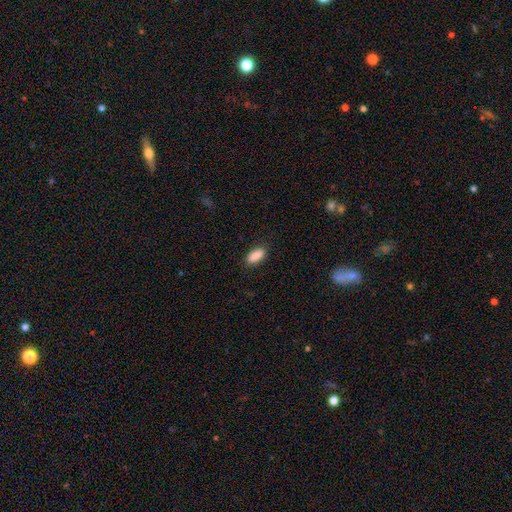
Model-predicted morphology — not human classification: Smooth or featured?
  - smooth: 90% *
  - star or artifact: 7%
  - featured or disk: 3%
How rounded?
  - in between: 83% *
  - cigar-shaped: 14%
  - round: 2%
Merging?
  - none: 87% *
  - minor disturbance: 10%
  - major disturbance: 2%
  - merger: 1%